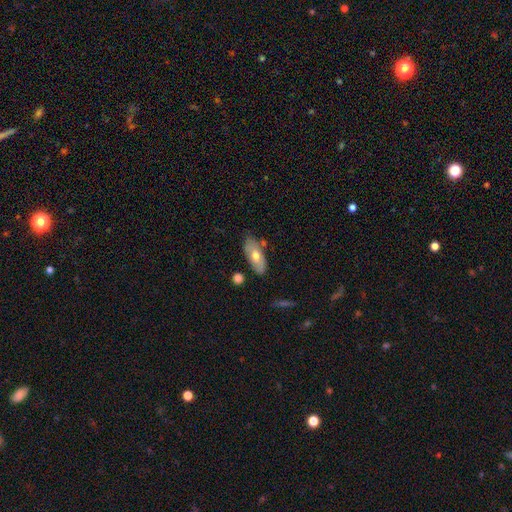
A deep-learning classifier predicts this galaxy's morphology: A smooth galaxy with no disk features (60%) that is in between round and cigar-shaped (86%). Merging: none (72%).